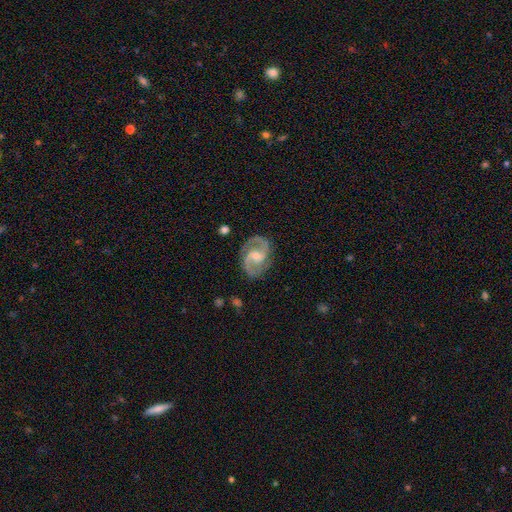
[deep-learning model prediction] This is clearly a featured or disk galaxy (91%). It is clearly not viewed edge-on (98%). Bar: possibly weak (52%). Spiral arm pattern: clearly yes (98%). Spiral arm count: clearly 2 (93%). Spiral winding: likely medium (62%). Central bulge: possibly moderate (52%). Merging: clearly none (81%).